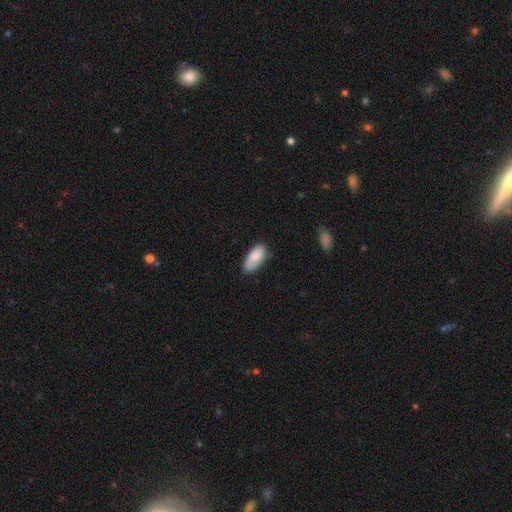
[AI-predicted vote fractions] The model was most divided on "merging": none: 69%, minor disturbance: 24%, major disturbance: 5%, merger: 2%. More confident: how rounded — in between (89%); smooth or featured — smooth (82%).